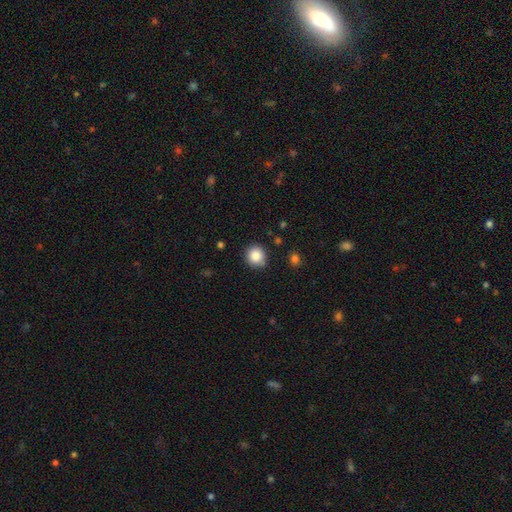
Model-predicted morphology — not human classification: A smooth galaxy with no disk features (86%) that is round (91%). Merging: none (86%).